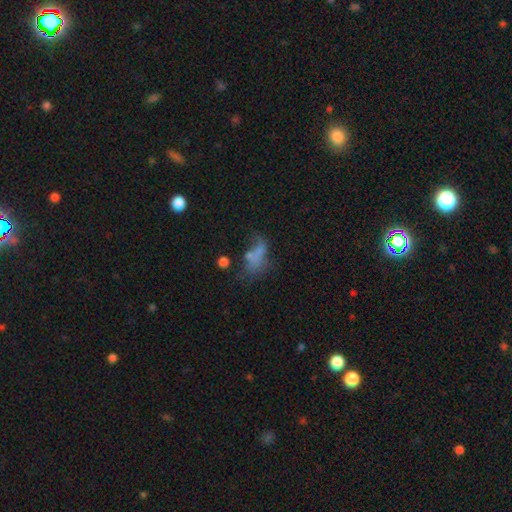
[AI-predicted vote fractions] smooth_or_featured: smooth (p=0.52) [alt: featured or disk p=0.30]
how_rounded: in between (p=0.79) [alt: round p=0.12]
merging: major disturbance (p=0.34) [alt: none p=0.27]